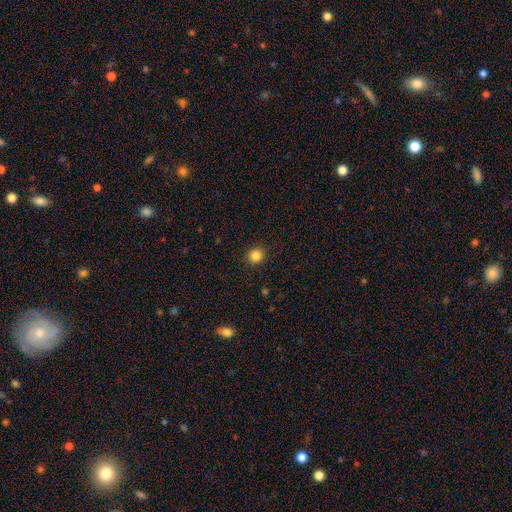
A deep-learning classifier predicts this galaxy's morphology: Smooth or featured? Predicted: smooth (p=0.84). How rounded? Predicted: round (p=0.88). Merging? Predicted: none (p=0.91).